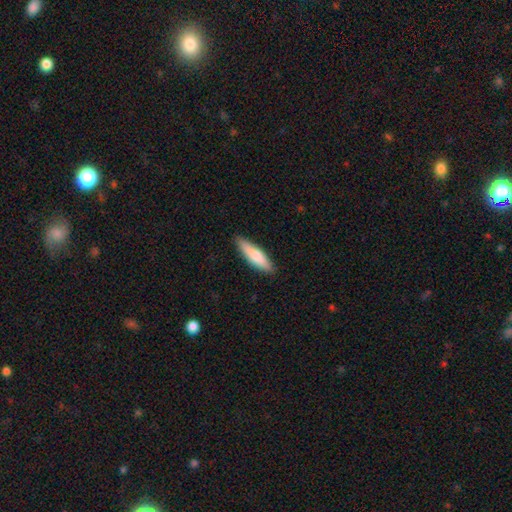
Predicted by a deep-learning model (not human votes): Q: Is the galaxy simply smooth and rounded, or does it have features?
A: smooth — 75%.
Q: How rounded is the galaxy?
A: cigar-shaped — 70%.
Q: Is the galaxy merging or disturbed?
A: none — 87%.